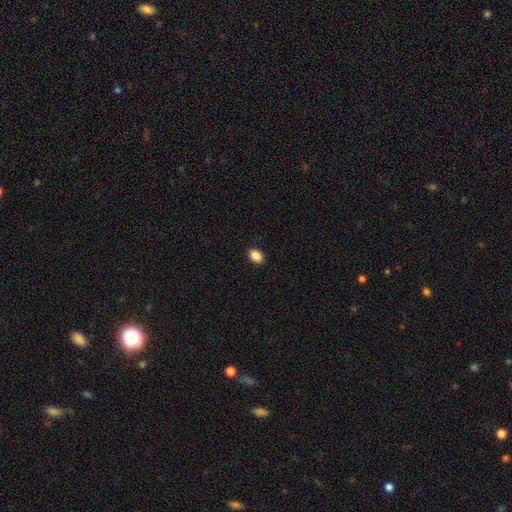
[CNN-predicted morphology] smooth-or-featured: smooth: 88% | star or artifact: 9% | featured or disk: 3%
  how-rounded: in between: 68% | round: 31% | cigar-shaped: 1%
  merging: none: 91% | minor disturbance: 6% | major disturbance: 2% | merger: 1%